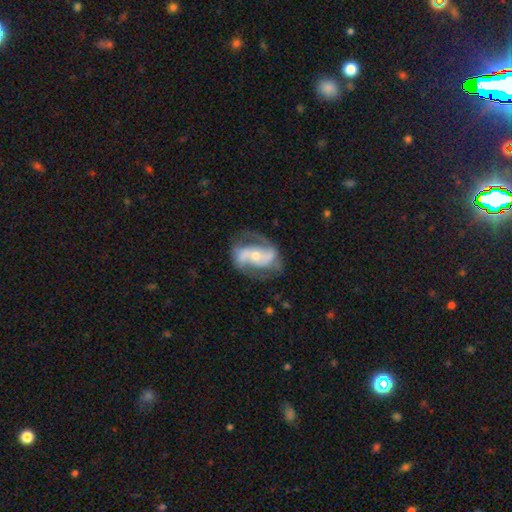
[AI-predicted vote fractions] Morphology: type=featured or disk (82%); edge-on=no (96%); bar=no (41%); spiral arms=yes (91%); winding=medium (47%); arm count=2 (85%); bulge=moderate (50%); merging=none (63%).